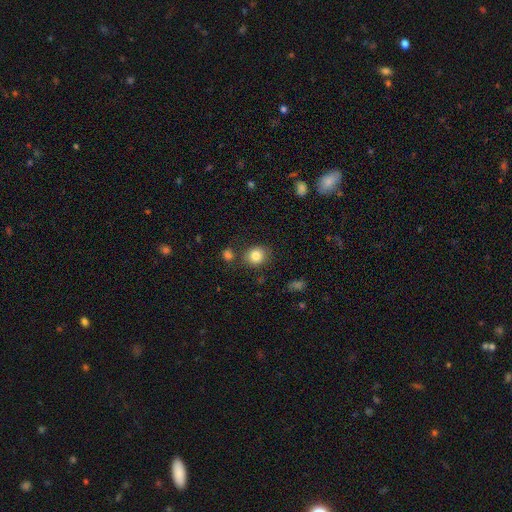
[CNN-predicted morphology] The model was most divided on "how rounded": round: 77%, in between: 22%, cigar-shaped: 1%. More confident: smooth or featured — smooth (83%); merging — none (80%).